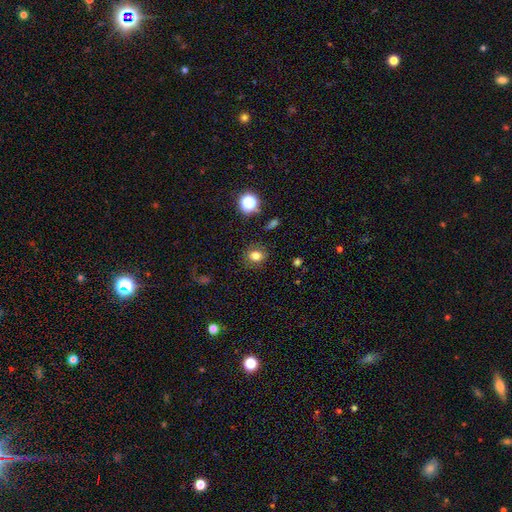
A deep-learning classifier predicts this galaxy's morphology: This appears to be a smooth galaxy with no disk features (78%) that is round (65%). Merging: none (85%).